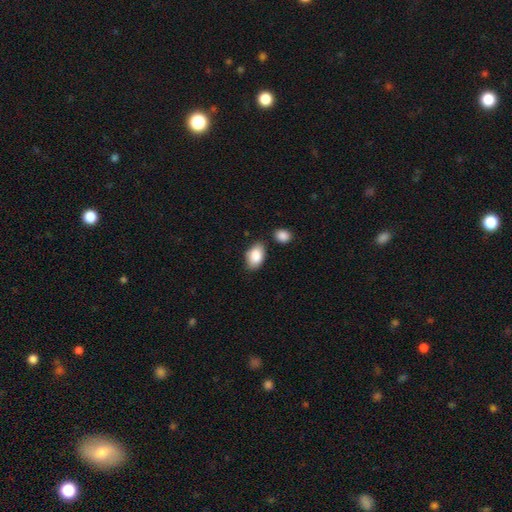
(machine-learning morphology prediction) Smooth or featured: smooth — 88% (star or artifact — 6%)
How rounded: in between — 91% (round — 7%)
Merging: none — 74% (minor disturbance — 16%)